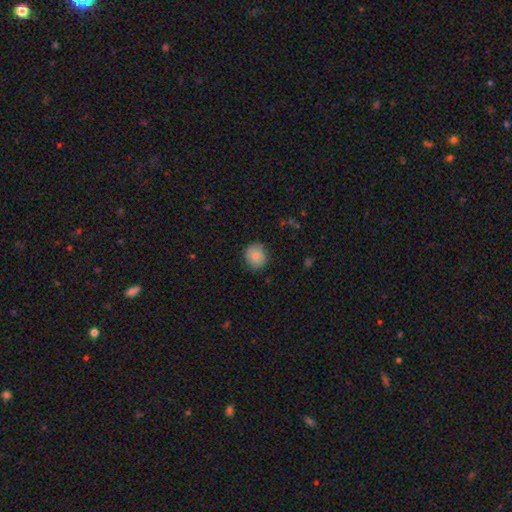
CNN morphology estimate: This is clearly a smooth galaxy (81%). How rounded: clearly round (83%). Merging: clearly none (82%).